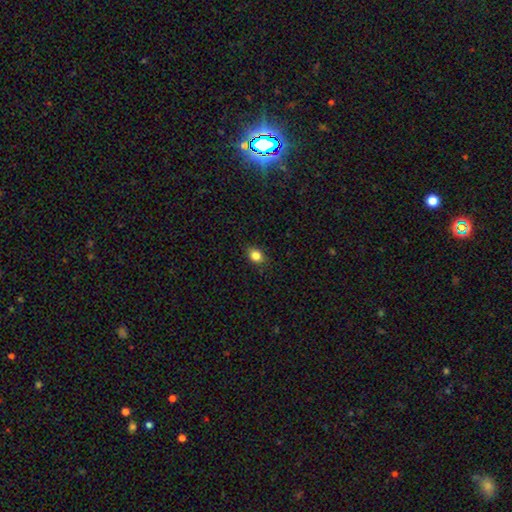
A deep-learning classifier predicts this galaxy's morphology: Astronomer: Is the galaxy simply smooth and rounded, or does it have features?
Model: smooth — 83%.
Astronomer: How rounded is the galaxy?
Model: in between — 54% (runner-up: round, 45%).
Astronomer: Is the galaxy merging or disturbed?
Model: none — 87%.